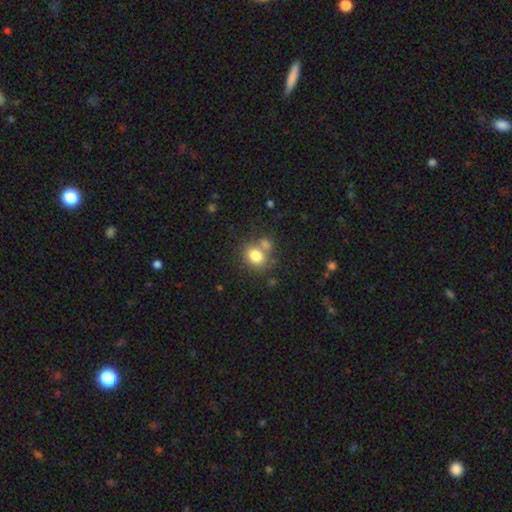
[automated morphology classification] Smooth or featured: smooth — 79% (star or artifact — 11%)
How rounded: round — 63% (in between — 36%)
Merging: none — 58% (merger — 26%)